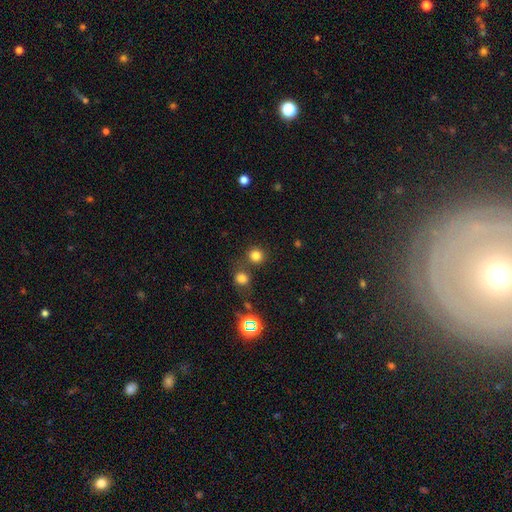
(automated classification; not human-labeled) Smooth or featured? smooth (77%)
How rounded? round (89%)
Merging? none (72%)